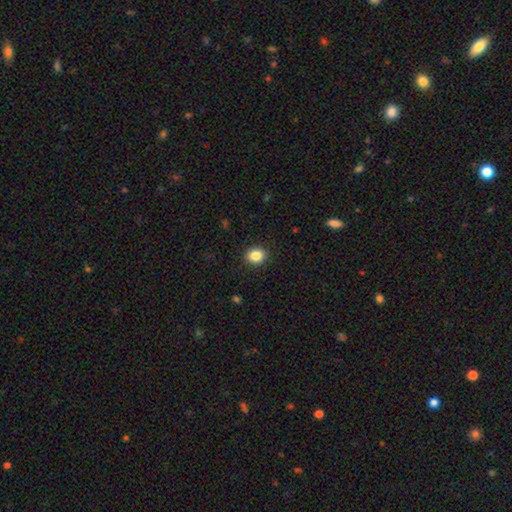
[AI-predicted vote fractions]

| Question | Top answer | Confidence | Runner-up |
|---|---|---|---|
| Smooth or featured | smooth | 85% | star or artifact (10%) |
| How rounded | round | 64% | in between (36%) |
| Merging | none | 91% | minor disturbance (6%) |